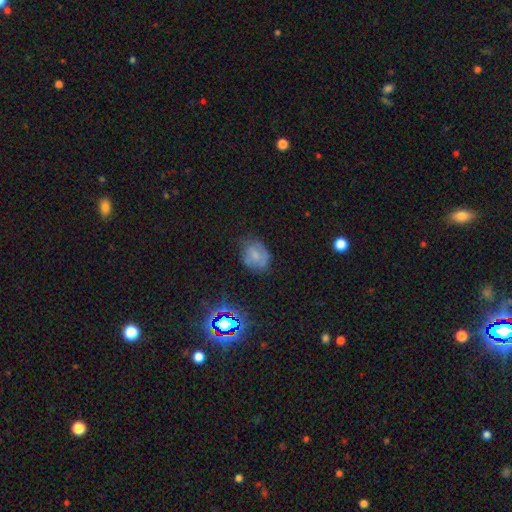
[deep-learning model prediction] A smooth galaxy with no disk features (55%) that is in between round and cigar-shaped (55%).

Vote fractions:
- Smooth or featured? smooth: 55% / featured or disk: 27% / star or artifact: 18%
- How rounded? in between: 55% / round: 44% / cigar-shaped: 1%
- Merging? none: 59% / minor disturbance: 26% / major disturbance: 11% / merger: 3%